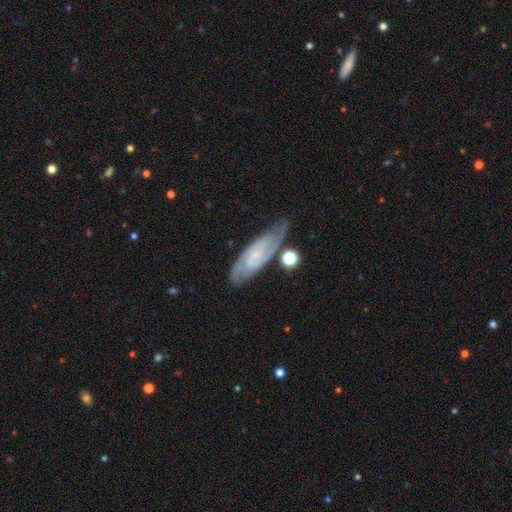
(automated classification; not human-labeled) This appears to be a featured or disk galaxy (76%) with no bar (53%), 2 (60%) tight (50%) spiral arms (93%) and a small central bulge (70%). Merging: none (64%).